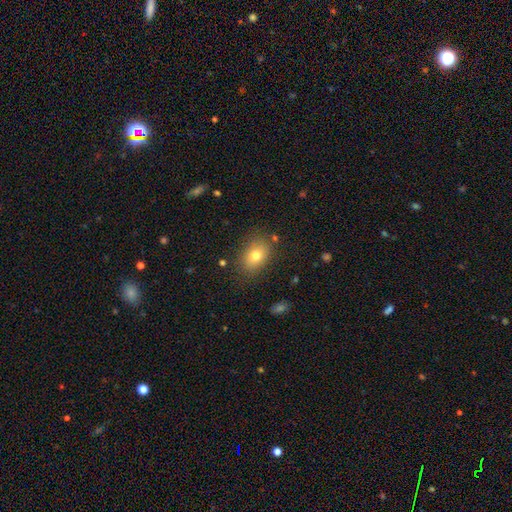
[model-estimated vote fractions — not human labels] Morphology: type=smooth (76%); roundness=in between (73%); merging=none (82%).